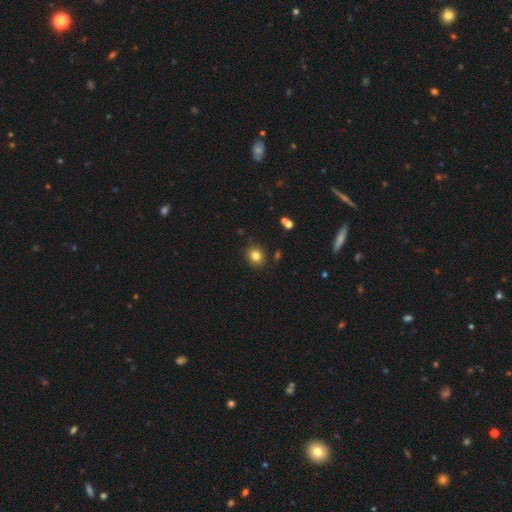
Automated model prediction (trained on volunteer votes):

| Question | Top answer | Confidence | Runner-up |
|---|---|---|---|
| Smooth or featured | smooth | 82% | star or artifact (12%) |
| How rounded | round | 76% | in between (23%) |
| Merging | none | 86% | minor disturbance (9%) |